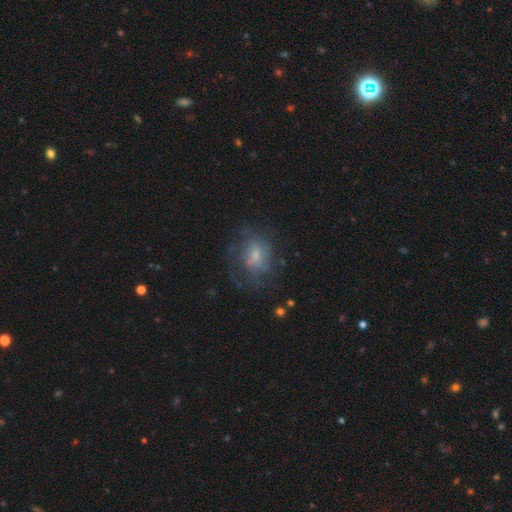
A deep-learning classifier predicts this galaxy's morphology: Smooth or featured: featured or disk — 46% (smooth — 42%)
Merging: none — 55% (minor disturbance — 21%)